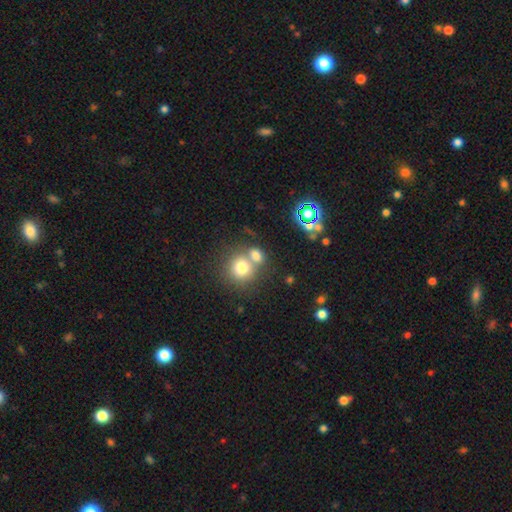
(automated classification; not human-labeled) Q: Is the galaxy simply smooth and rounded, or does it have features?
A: smooth — 74%.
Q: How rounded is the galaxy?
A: round — 72%.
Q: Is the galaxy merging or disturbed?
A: merger — 46%.